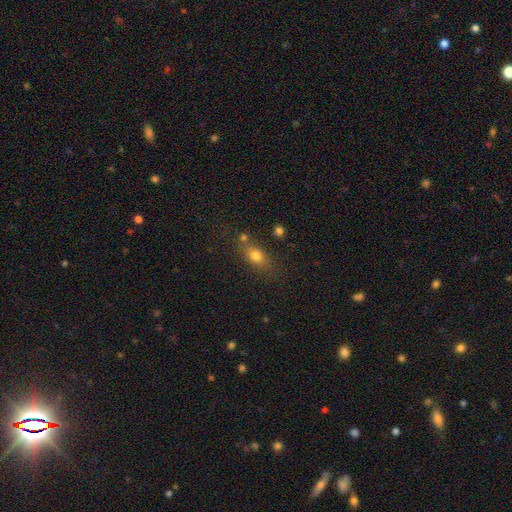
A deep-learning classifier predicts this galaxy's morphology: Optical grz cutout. It shows a smooth galaxy with no disk features (75%) that is in between round and cigar-shaped (68%). Merging: none (62%).